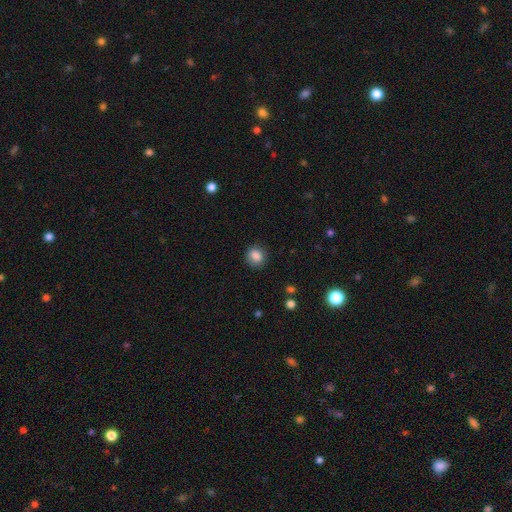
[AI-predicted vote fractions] Smooth or featured?
  - smooth: 85% *
  - star or artifact: 9%
  - featured or disk: 5%
How rounded?
  - round: 66% *
  - in between: 33%
  - cigar-shaped: 1%
Merging?
  - none: 84% *
  - minor disturbance: 12%
  - major disturbance: 3%
  - merger: 1%